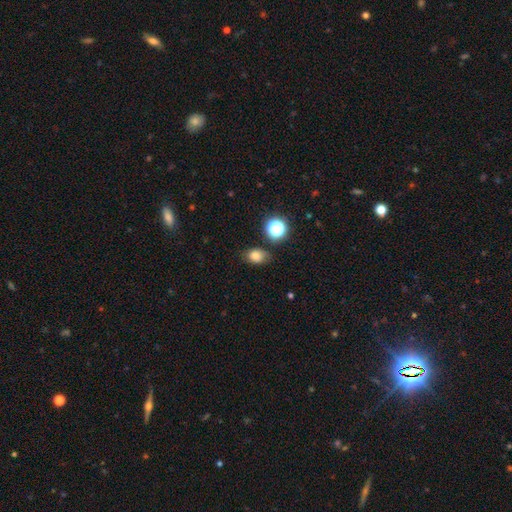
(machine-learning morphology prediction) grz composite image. It shows a smooth galaxy with no disk features (77%) that is in between round and cigar-shaped (68%). Merging: none (72%).